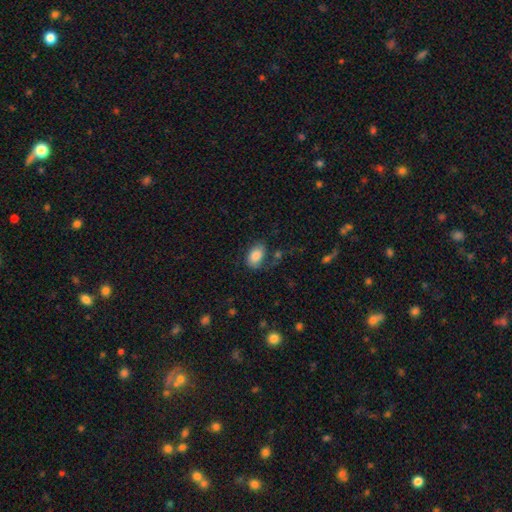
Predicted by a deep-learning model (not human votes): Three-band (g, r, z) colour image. It shows a smooth galaxy with no disk features (81%) that is in between round and cigar-shaped (89%). Merging: none (62%).